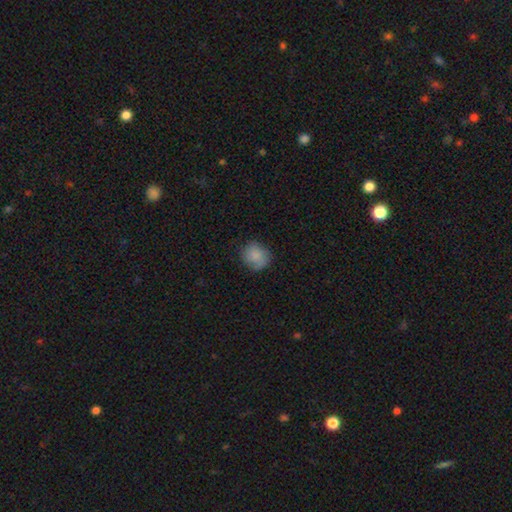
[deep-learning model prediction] Smooth or featured? Predicted: smooth (p=0.83). How rounded? Predicted: round (p=0.81). Merging? Predicted: none (p=0.76).